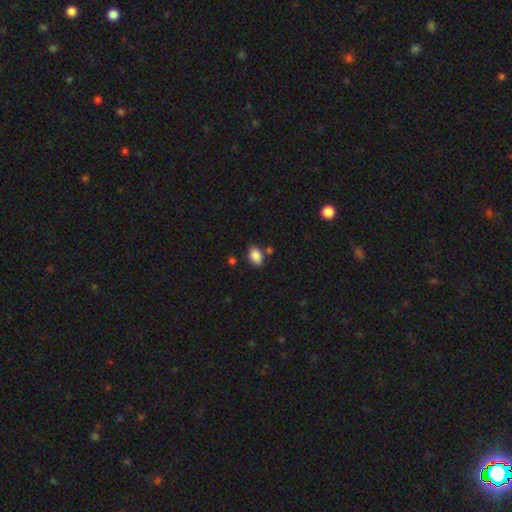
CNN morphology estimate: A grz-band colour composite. It shows a smooth galaxy with no disk features (88%) that is in between round and cigar-shaped (82%). Merging: none (78%).